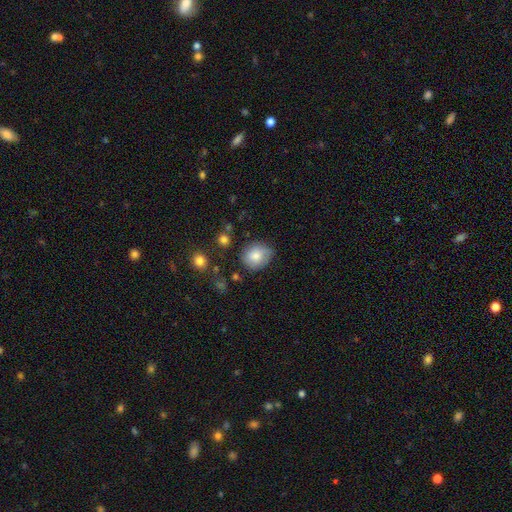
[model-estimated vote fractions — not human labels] This is likely a smooth galaxy (79%). How rounded: likely round (69%). Merging: likely none (68%).